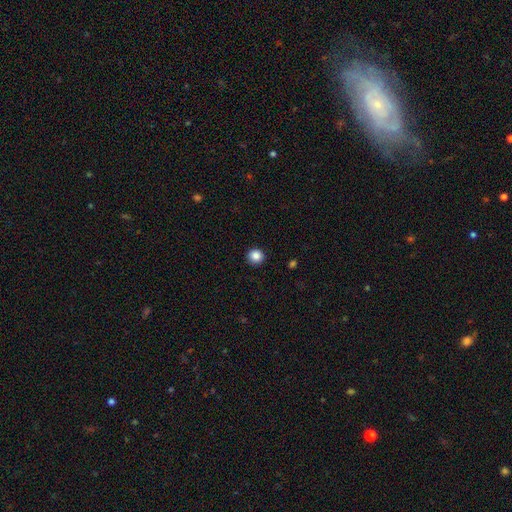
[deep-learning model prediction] Q: Smooth or featured?
A: smooth (86%); runner-up: star or artifact (10%)
Q: How rounded?
A: round (93%); runner-up: in between (6%)
Q: Merging?
A: none (93%); runner-up: minor disturbance (5%)